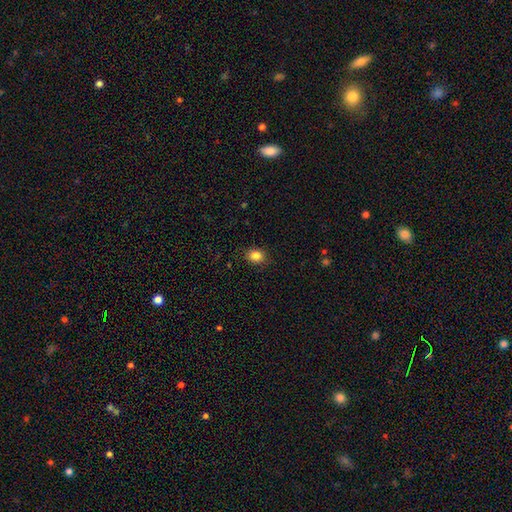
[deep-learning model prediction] A smooth galaxy with no disk features (84%) that is round (61%).

Vote fractions:
- Smooth or featured? smooth: 84% / star or artifact: 11% / featured or disk: 5%
- How rounded? round: 61% / in between: 38% / cigar-shaped: 1%
- Merging? none: 87% / minor disturbance: 10% / major disturbance: 2% / merger: 1%